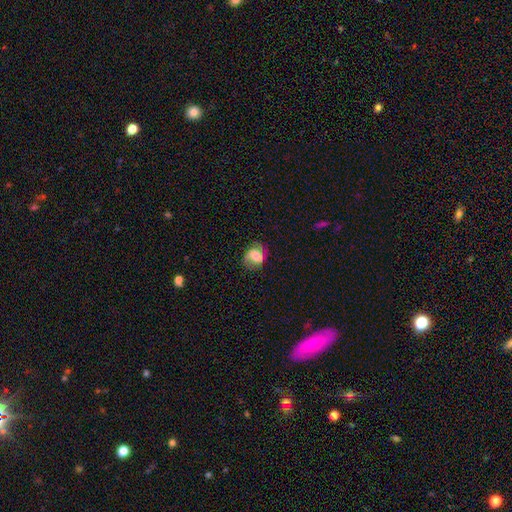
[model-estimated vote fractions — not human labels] Q: Smooth or featured?
A: smooth (47%); runner-up: featured or disk (44%)
Q: Merging?
A: none (64%); runner-up: minor disturbance (23%)